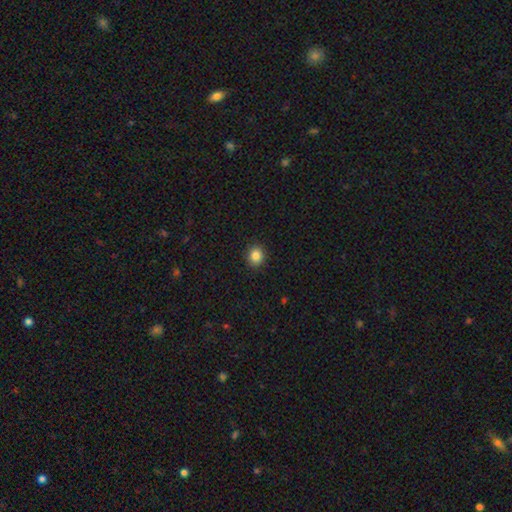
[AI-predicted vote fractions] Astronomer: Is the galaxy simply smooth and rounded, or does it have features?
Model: smooth — 85%.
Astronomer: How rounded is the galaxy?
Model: round — 78%.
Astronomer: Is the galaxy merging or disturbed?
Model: none — 91%.